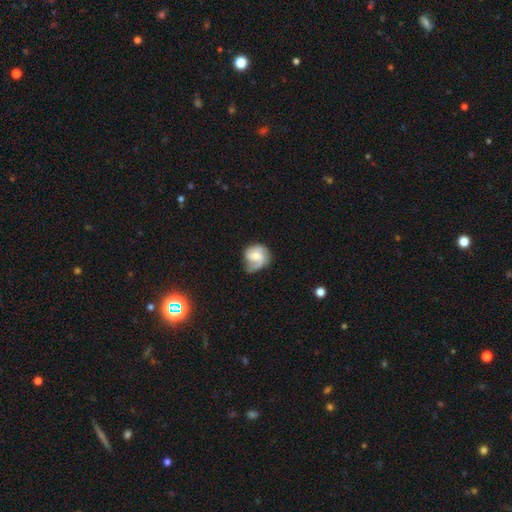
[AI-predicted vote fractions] Morphology: type=featured or disk (69%); edge-on=no (98%); bar=weak (46%); spiral arms=yes (93%); winding=medium (46%); arm count=2 (63%); bulge=moderate (47%); merging=none (60%).